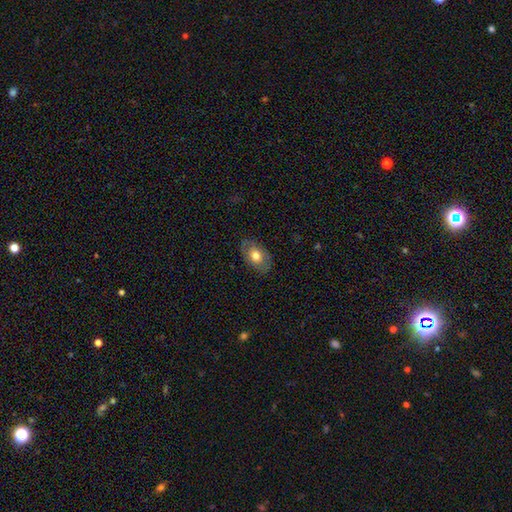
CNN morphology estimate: A smooth galaxy with no disk features (68%) that is in between round and cigar-shaped (88%).

Vote fractions:
- Smooth or featured? smooth: 68% / featured or disk: 25% / star or artifact: 7%
- How rounded? in between: 88% / round: 11% / cigar-shaped: 1%
- Merging? none: 82% / minor disturbance: 14% / major disturbance: 3% / merger: 1%